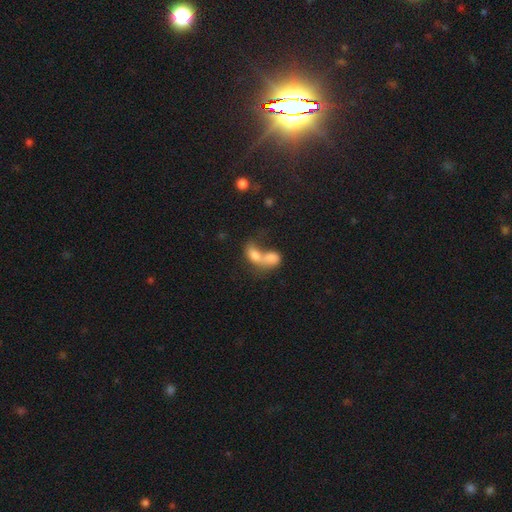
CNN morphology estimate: Smooth or featured? Predicted: smooth (p=0.73). How rounded? Predicted: in between (p=0.78). Merging? Predicted: merger (p=0.78).